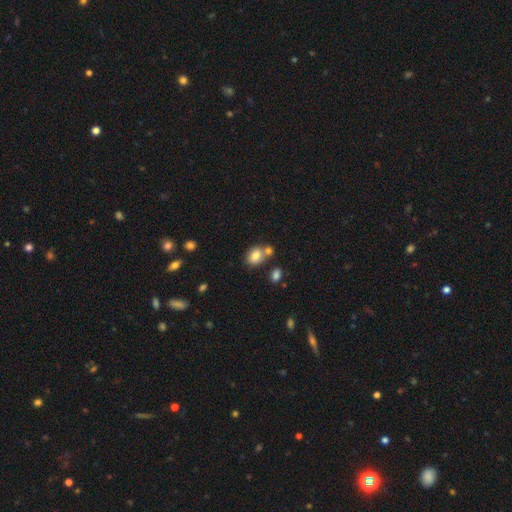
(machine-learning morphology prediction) type=smooth (81%); roundness=in between (63%); merging=none (58%).